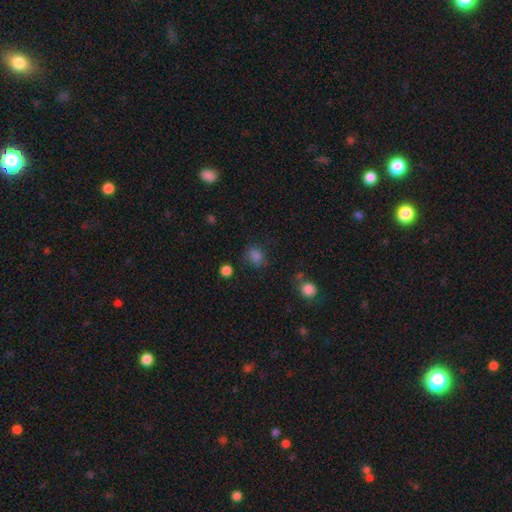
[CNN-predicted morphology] Overall: smooth (77%). How rounded: round (59%; in between 39%). Merging: none (69%).